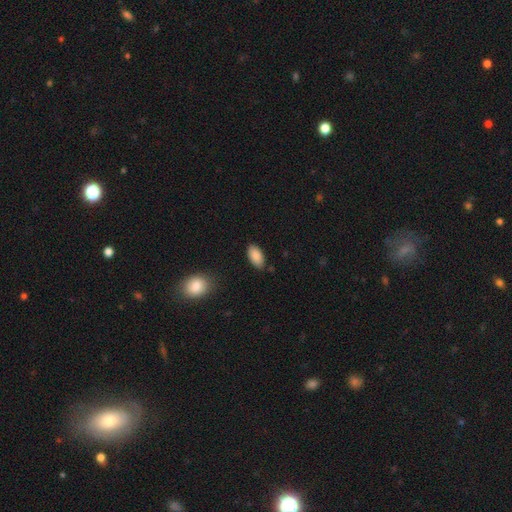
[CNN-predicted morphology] Overall: smooth (89%). How rounded: in between (94%). Merging: none (82%).